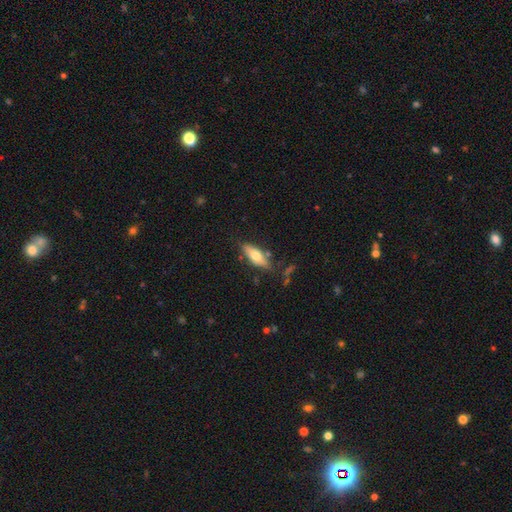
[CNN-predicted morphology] The model was most divided on "smooth or featured": smooth: 60%, featured or disk: 34%, star or artifact: 6%. More confident: merging — none (74%); how rounded — in between (63%).